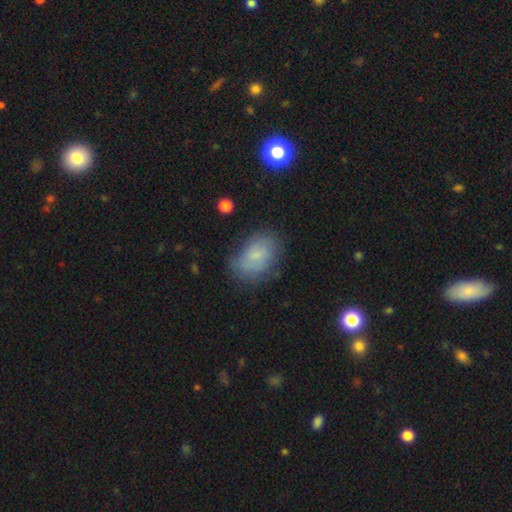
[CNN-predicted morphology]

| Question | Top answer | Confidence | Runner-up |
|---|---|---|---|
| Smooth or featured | smooth | 69% | featured or disk (21%) |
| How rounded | in between | 85% | round (13%) |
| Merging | none | 69% | minor disturbance (22%) |